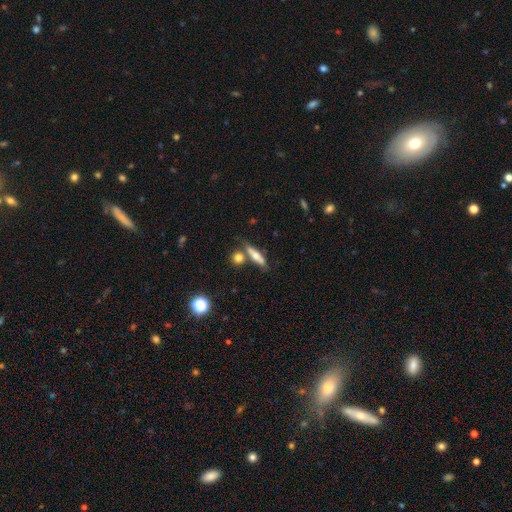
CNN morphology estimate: smooth 55%, featured or disk 36%, star or artifact 9%. Down the decision tree: how rounded — cigar-shaped (67%); merging — none (62%).